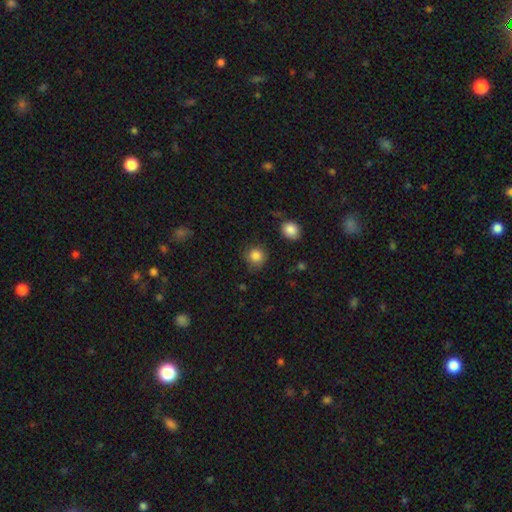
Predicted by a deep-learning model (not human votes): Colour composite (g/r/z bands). It shows a smooth galaxy with no disk features (86%) that is round (89%). Merging: none (78%).